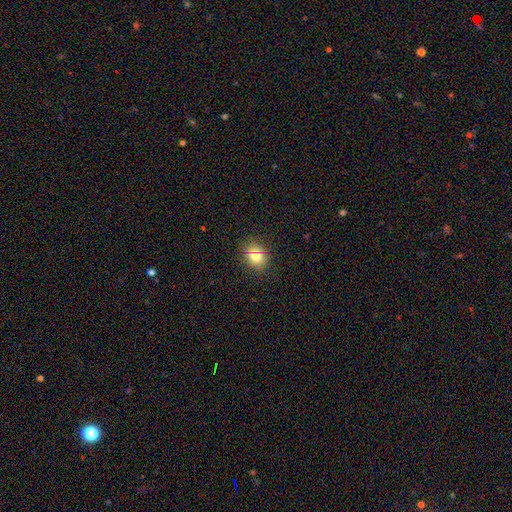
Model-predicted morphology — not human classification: A smooth galaxy with no disk features (77%) that is round (67%).

Vote fractions:
- Smooth or featured? smooth: 77% / star or artifact: 14% / featured or disk: 9%
- How rounded? round: 67% / in between: 32% / cigar-shaped: 1%
- Merging? none: 88% / minor disturbance: 8% / major disturbance: 2% / merger: 1%